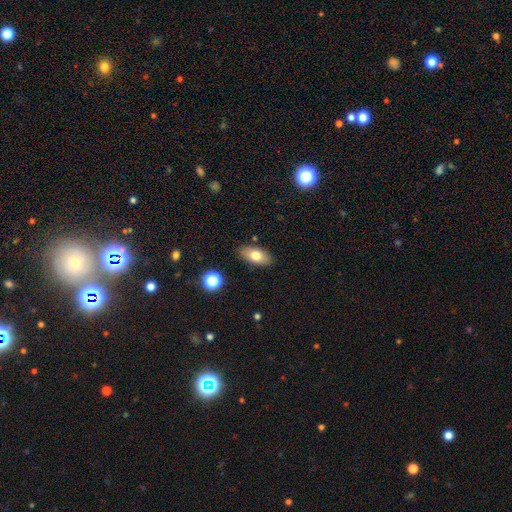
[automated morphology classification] This is likely a smooth galaxy (75%). How rounded: clearly in between (89%). Merging: clearly none (86%).